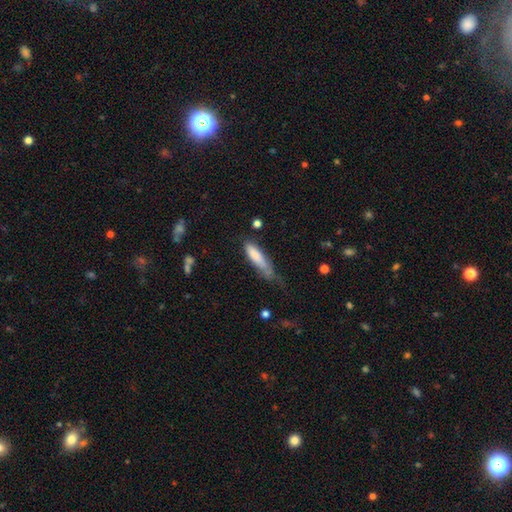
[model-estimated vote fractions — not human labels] smooth_or_featured: smooth (p=0.78) [alt: featured or disk p=0.15]
how_rounded: cigar-shaped (p=0.65) [alt: in between p=0.33]
merging: minor disturbance (p=0.38) [alt: none p=0.35]